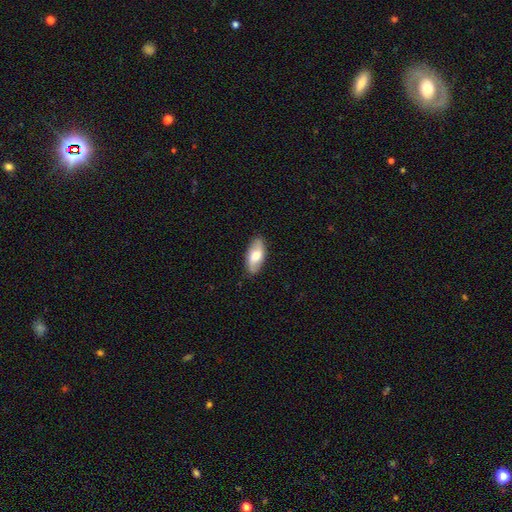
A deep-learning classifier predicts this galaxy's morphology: smooth_or_featured: smooth (p=0.60) [alt: featured or disk p=0.34]
how_rounded: in between (p=0.90) [alt: cigar-shaped p=0.07]
merging: none (p=0.86) [alt: minor disturbance p=0.10]